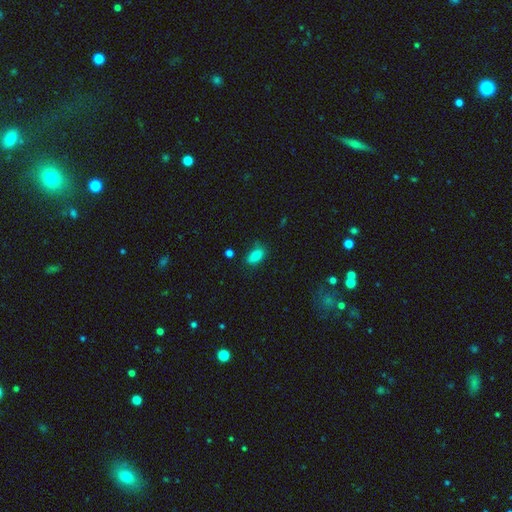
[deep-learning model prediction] This appears to be a smooth galaxy with no disk features (81%) that is in between round and cigar-shaped (89%). Merging: none (71%).